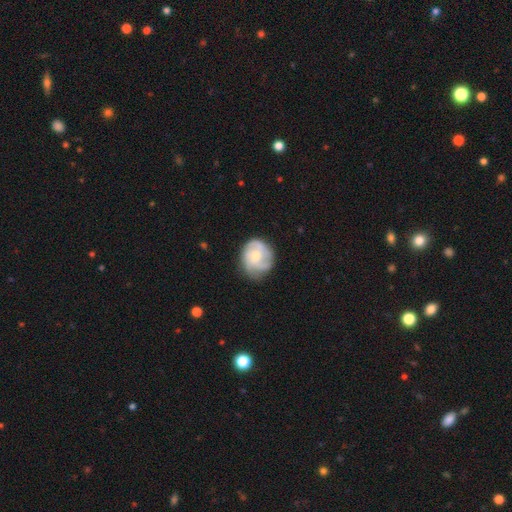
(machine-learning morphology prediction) smooth-or-featured: featured or disk: 68% | smooth: 26% | star or artifact: 6%
  disk-edge-on: no: 98% | yes: 2%
    bar: no: 77% | weak: 20% | strong: 3%
    has-spiral-arms: yes: 89% | no: 11%
      spiral-winding: tight: 42% | medium: 41% | loose: 17%
      spiral-arm-count: 3: 45% | can't tell: 21% | 2: 15% | 4: 10% | 1: 5% | more than 4: 4%
    bulge-size: moderate: 49% | small: 44% | large: 3% | none: 2% | dominant: 1%
  merging: none: 66% | minor disturbance: 23% | major disturbance: 9% | merger: 1%